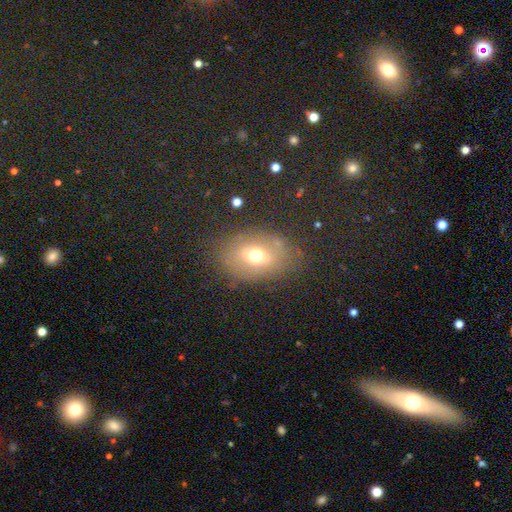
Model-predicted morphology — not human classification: Q: Smooth or featured?
A: smooth (56%); runner-up: featured or disk (30%)
Q: How rounded?
A: in between (68%); runner-up: round (31%)
Q: Merging?
A: none (71%); runner-up: minor disturbance (17%)